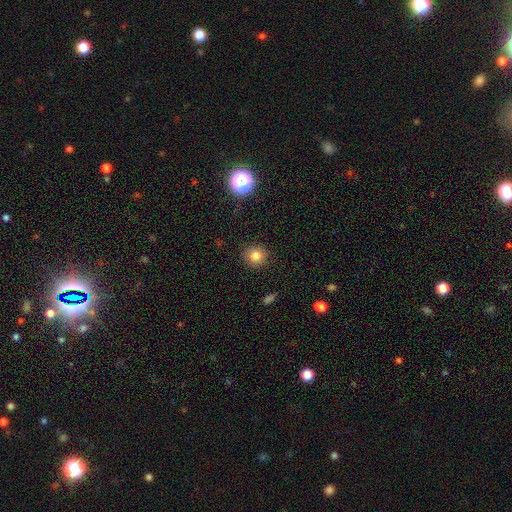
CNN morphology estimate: Smooth or featured? Predicted: smooth (p=0.81). How rounded? Predicted: round (p=0.90). Merging? Predicted: none (p=0.89).